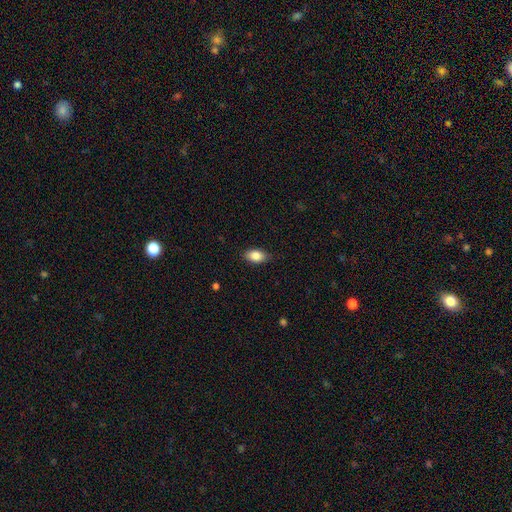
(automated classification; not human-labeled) smooth 85%, featured or disk 7%, star or artifact 7%. Down the decision tree: how rounded — in between (90%); merging — none (86%).